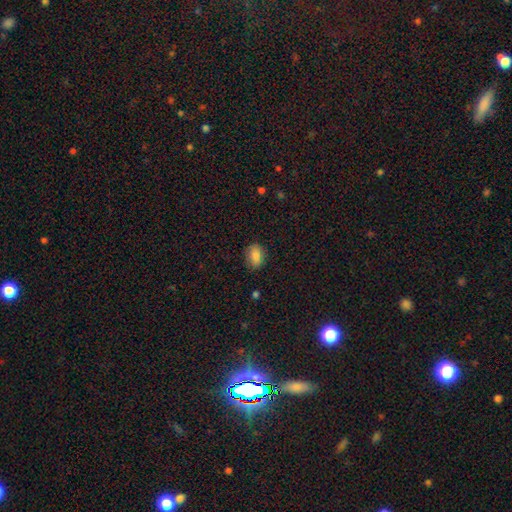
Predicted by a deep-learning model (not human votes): A smooth galaxy with no disk features (84%) that is in between round and cigar-shaped (80%). Merging: none (85%).